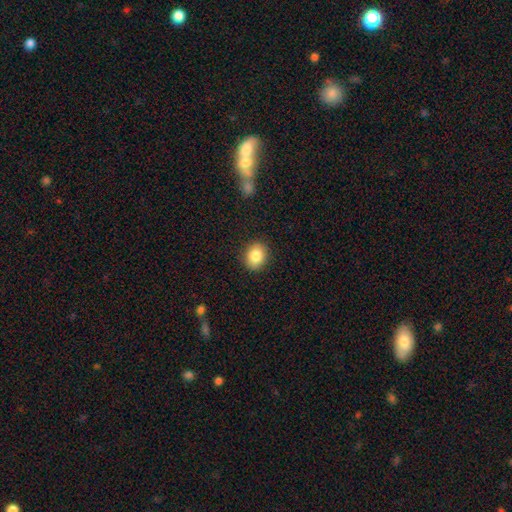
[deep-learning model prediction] This appears to be a smooth galaxy with no disk features (84%) that is round (56%). Merging: none (89%).